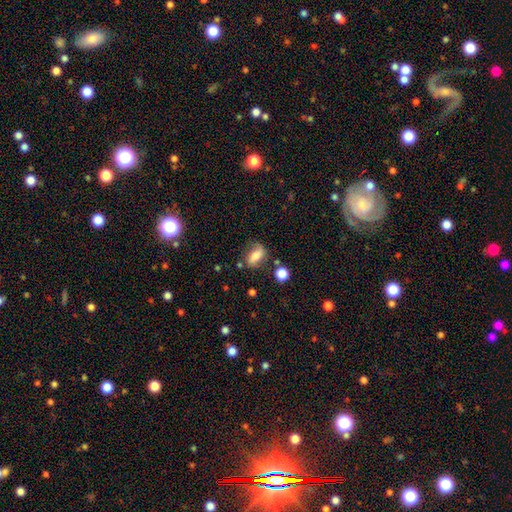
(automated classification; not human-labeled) smooth-or-featured: smooth: 64% | featured or disk: 26% | star or artifact: 10%
  how-rounded: in between: 77% | round: 13% | cigar-shaped: 10%
  merging: none: 64% | minor disturbance: 22% | major disturbance: 8% | merger: 7%